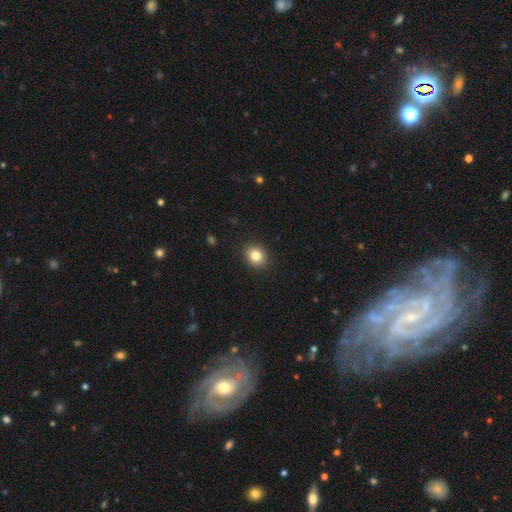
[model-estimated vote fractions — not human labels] Overall: smooth (83%). How rounded: round (61%; in between 38%). Merging: none (90%).